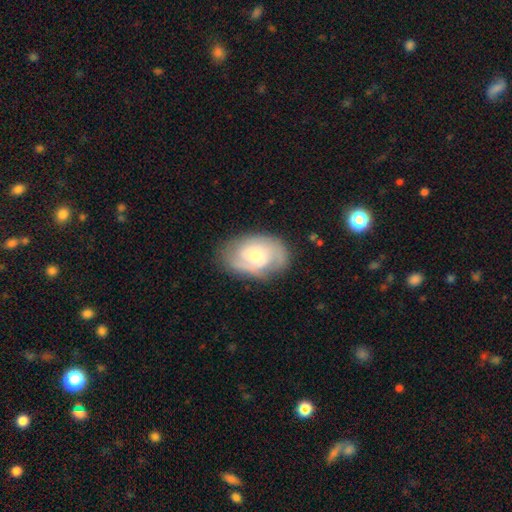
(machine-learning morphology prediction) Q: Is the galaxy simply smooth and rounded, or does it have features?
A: featured or disk — 67%.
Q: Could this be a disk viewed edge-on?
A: no — 96%.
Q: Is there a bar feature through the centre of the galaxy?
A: no — 64%.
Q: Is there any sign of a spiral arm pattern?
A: yes — 88%.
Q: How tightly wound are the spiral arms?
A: tight — 50%.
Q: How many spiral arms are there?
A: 2 — 57%.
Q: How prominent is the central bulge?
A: small — 49%.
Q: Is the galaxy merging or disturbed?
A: none — 75%.